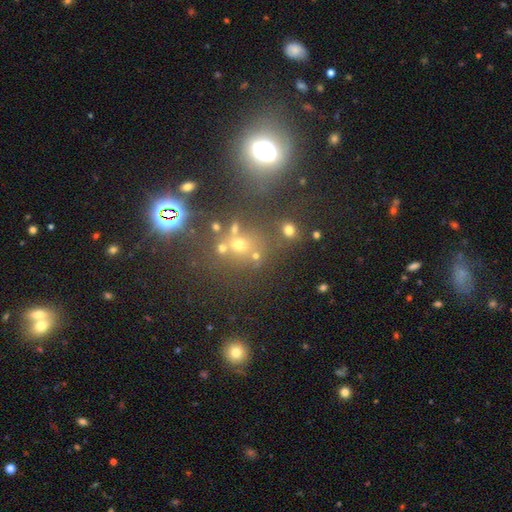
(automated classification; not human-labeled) A smooth galaxy with no disk features (53%) that is round (73%).

Vote fractions:
- Smooth or featured? smooth: 53% / star or artifact: 34% / featured or disk: 13%
- How rounded? round: 73% / in between: 25% / cigar-shaped: 2%
- Merging? none: 60% / merger: 20% / minor disturbance: 12% / major disturbance: 8%